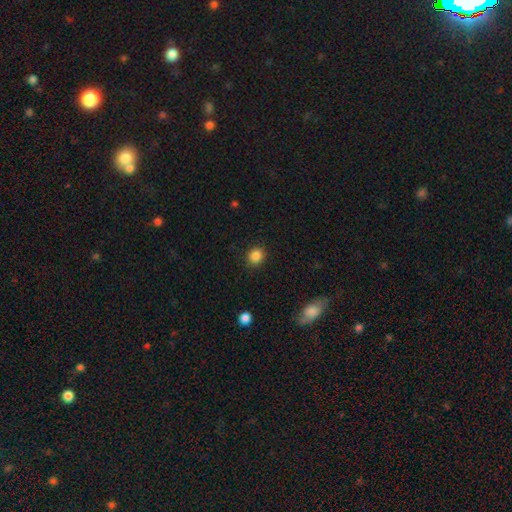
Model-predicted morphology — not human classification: type=smooth (86%); roundness=round (85%); merging=none (89%).